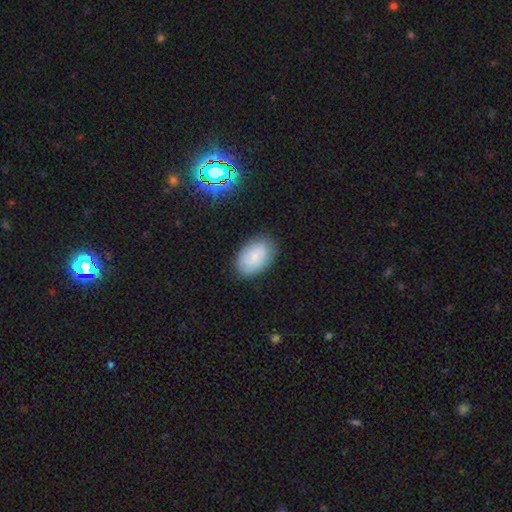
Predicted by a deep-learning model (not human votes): The model was most divided on "smooth or featured": smooth: 71%, featured or disk: 21%, star or artifact: 8%. More confident: how rounded — in between (90%); merging — none (82%).